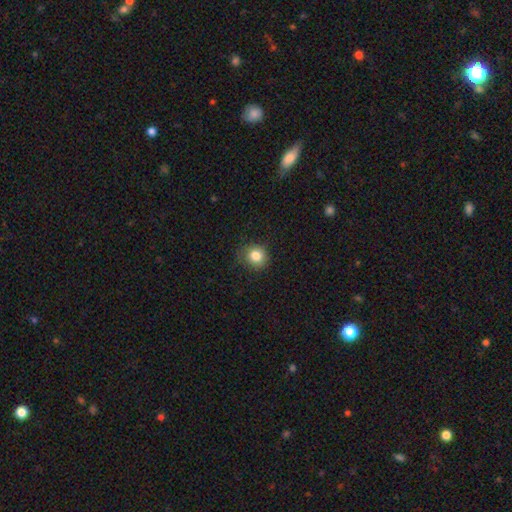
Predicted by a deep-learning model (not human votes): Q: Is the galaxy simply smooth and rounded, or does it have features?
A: smooth — 83%.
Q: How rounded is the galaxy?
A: round — 88%.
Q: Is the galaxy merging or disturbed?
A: none — 80%.